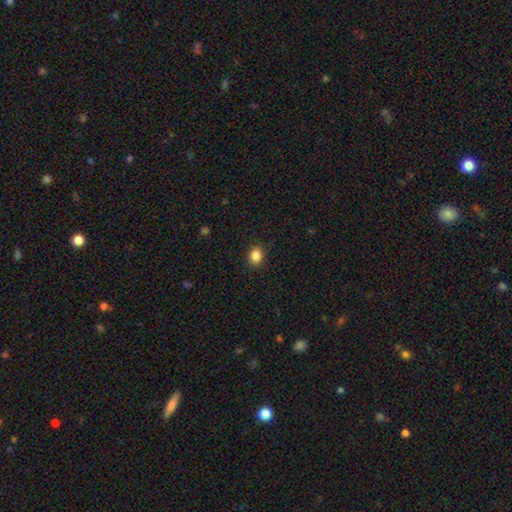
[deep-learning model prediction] Smooth or featured? Predicted: smooth (p=0.86). How rounded? Predicted: round (p=0.58). Merging? Predicted: none (p=0.89).